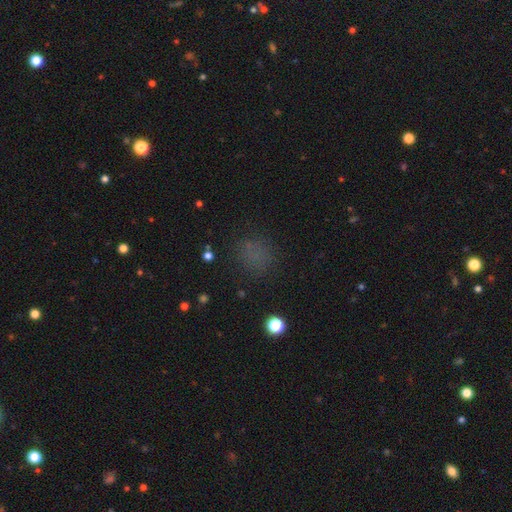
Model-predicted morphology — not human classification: A smooth galaxy with no disk features (66%) that is round (81%). Merging: none (79%).